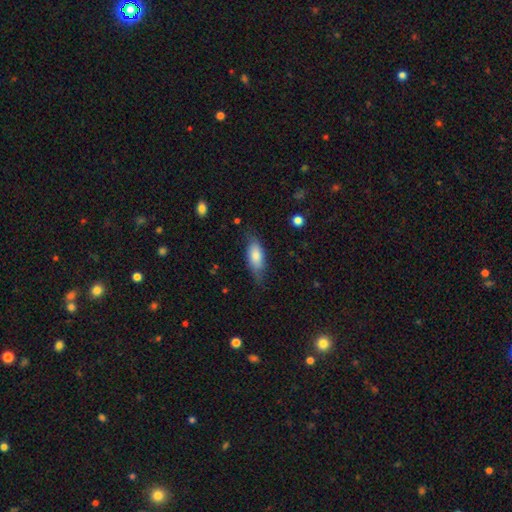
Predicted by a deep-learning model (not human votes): A smooth galaxy with no disk features (75%) that is in between round and cigar-shaped (78%). Merging: none (65%).